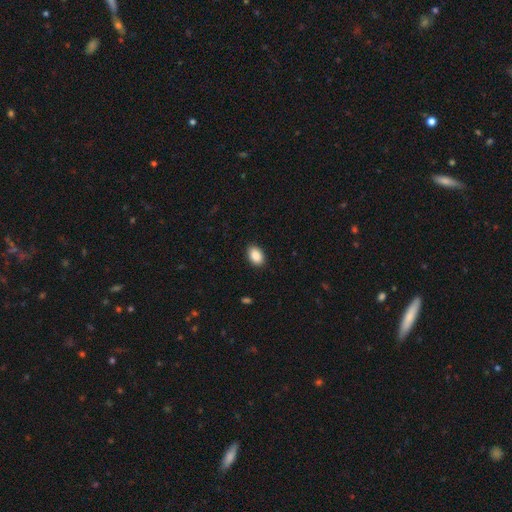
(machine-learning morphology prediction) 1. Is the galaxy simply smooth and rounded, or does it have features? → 89% smooth, 7% star or artifact, 3% featured or disk.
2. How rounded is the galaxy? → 88% in between, 11% round, 1% cigar-shaped.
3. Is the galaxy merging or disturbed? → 89% none, 8% minor disturbance, 2% major disturbance, 1% merger.